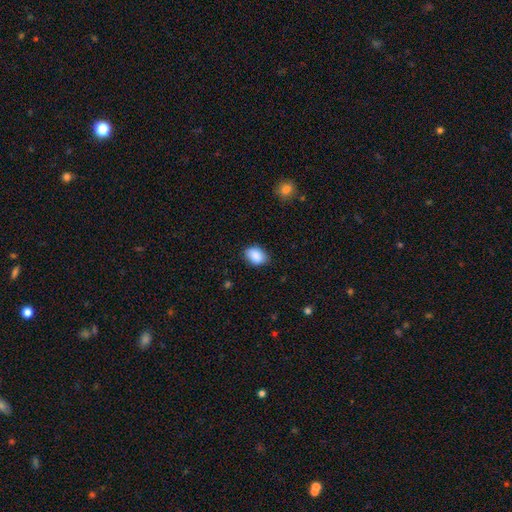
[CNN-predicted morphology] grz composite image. It shows a smooth galaxy with no disk features (88%) that is in between round and cigar-shaped (78%). Merging: none (79%).